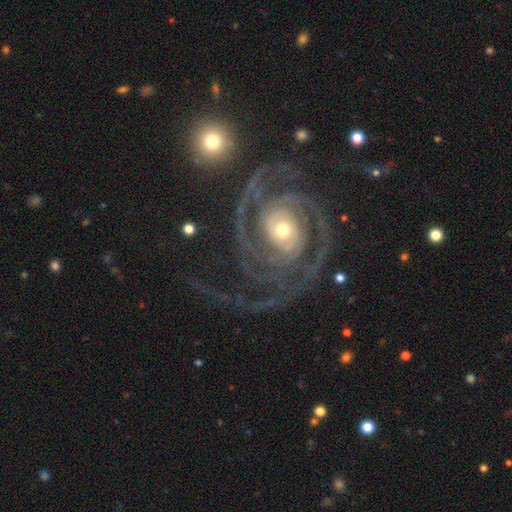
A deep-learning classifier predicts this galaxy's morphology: Smooth or featured? Predicted: featured or disk (p=0.92). Edge-on disk? Predicted: no (p=0.98). Bar? Predicted: no (p=0.53). Spiral arms? Predicted: yes (p=0.98). Spiral winding? Predicted: tight (p=0.64). Spiral arm count? Predicted: 2 (p=0.49). Bulge size? Predicted: small (p=0.51). Merging? Predicted: none (p=0.68).